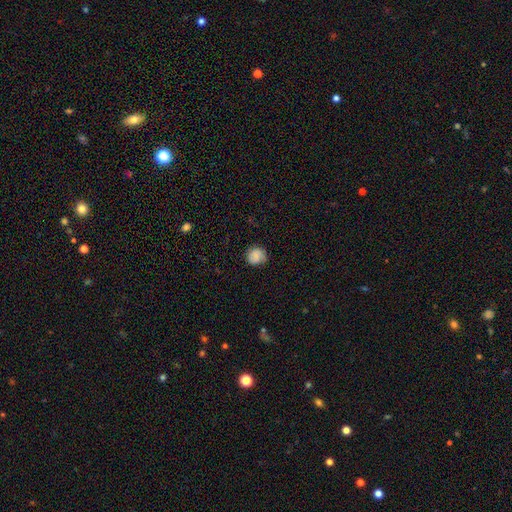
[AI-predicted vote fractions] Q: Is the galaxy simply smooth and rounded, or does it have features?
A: smooth — 75%.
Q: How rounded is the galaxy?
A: round — 85%.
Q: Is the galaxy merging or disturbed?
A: none — 75%.